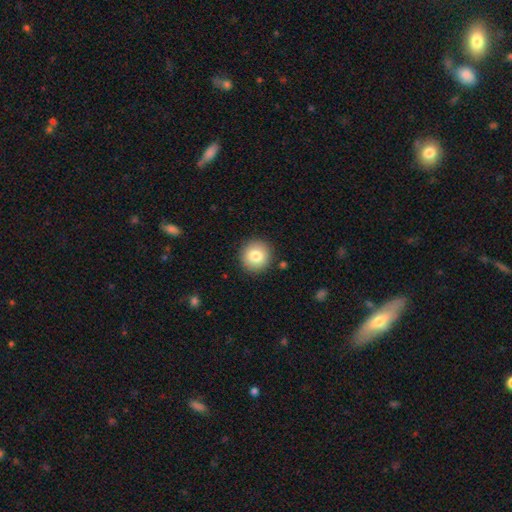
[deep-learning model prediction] This appears to be a smooth galaxy with no disk features (81%) that is round (94%). Merging: none (90%).